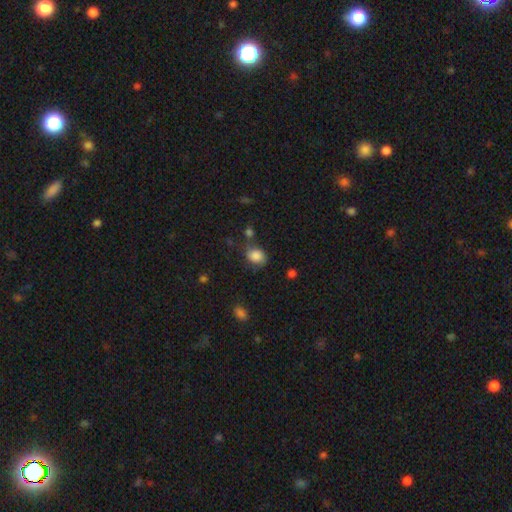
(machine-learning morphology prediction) Smooth or featured: smooth — 84% (star or artifact — 9%)
How rounded: in between — 52% (round — 47%)
Merging: none — 59% (minor disturbance — 25%)